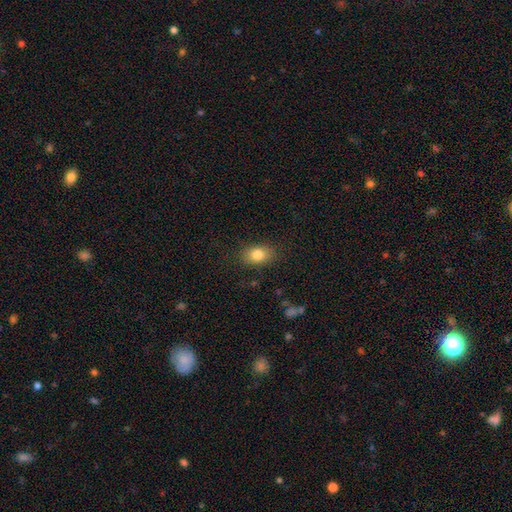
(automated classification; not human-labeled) Smooth or featured: smooth — 81% (star or artifact — 11%)
How rounded: in between — 77% (round — 21%)
Merging: none — 85% (minor disturbance — 11%)